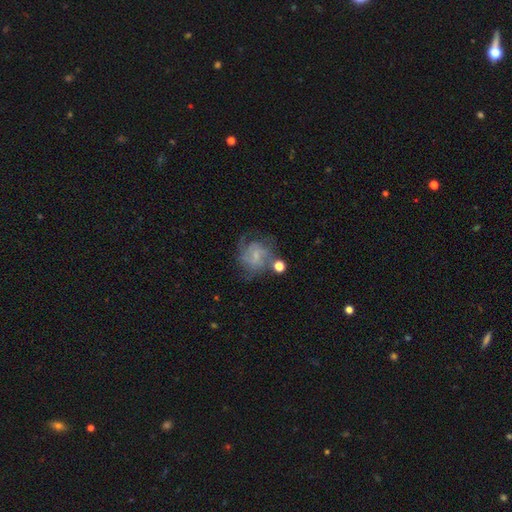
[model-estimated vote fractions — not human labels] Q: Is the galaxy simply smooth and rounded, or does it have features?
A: featured or disk — 67%.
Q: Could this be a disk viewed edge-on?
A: no — 98%.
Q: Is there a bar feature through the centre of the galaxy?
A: no — 46%.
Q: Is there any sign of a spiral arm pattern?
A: yes — 85%.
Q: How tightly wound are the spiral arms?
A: medium — 44%.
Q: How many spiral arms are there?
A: can't tell — 36%.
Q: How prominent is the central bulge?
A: small — 55%.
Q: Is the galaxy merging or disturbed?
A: none — 52%.